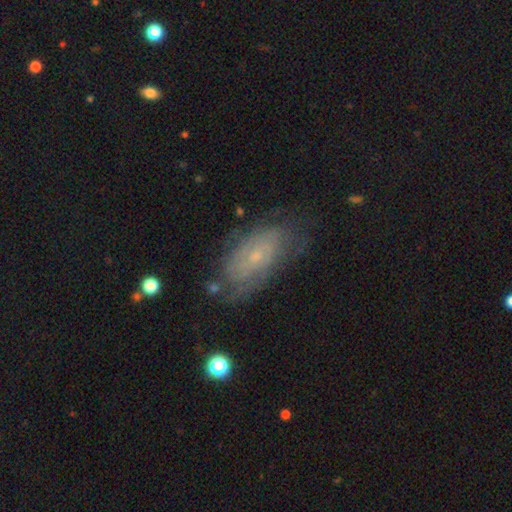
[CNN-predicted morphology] This appears to be a featured or disk galaxy (63%) with no bar (74%), spiral arms (76%) and a small central bulge (79%). Merging: none (63%).